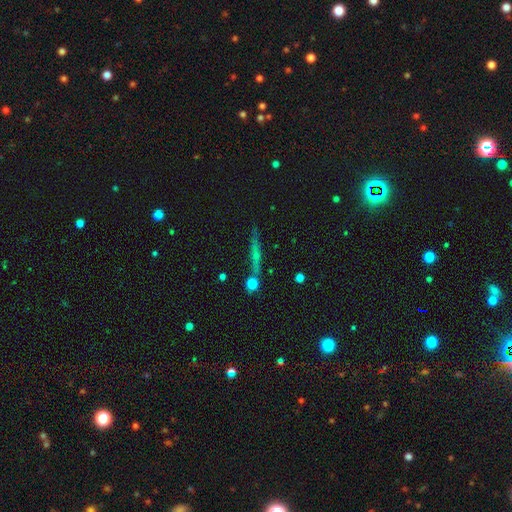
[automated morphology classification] The model was most divided on "smooth or featured": featured or disk: 50%, smooth: 33%, star or artifact: 17%. More confident: edge-on disk — yes (93%); merging — none (82%).